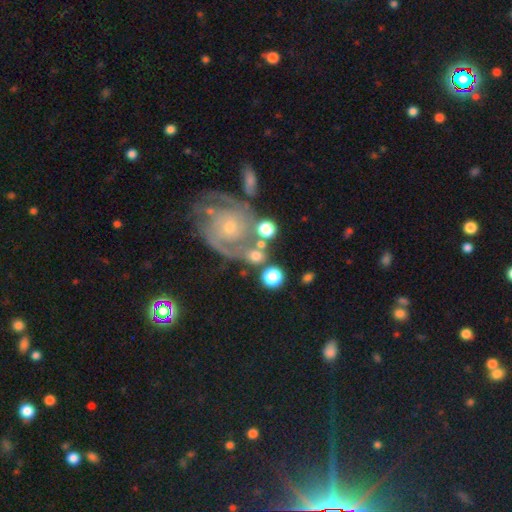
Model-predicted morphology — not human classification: The model was most divided on "smooth or featured": smooth: 53%, featured or disk: 35%, star or artifact: 12%. More confident: how rounded — round (83%); merging — none (54%).